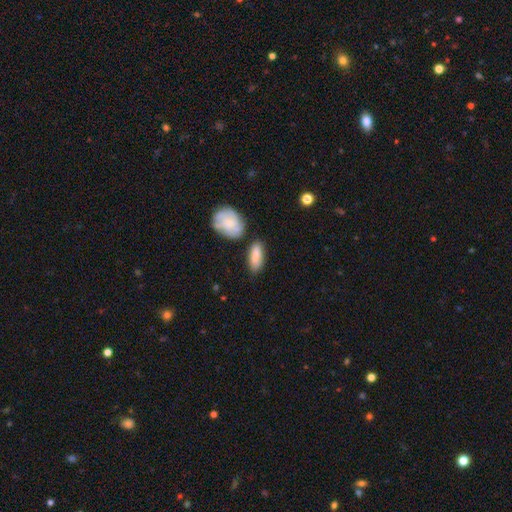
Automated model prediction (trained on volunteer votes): Smooth or featured? smooth (80%)
How rounded? in between (77%)
Merging? none (69%)